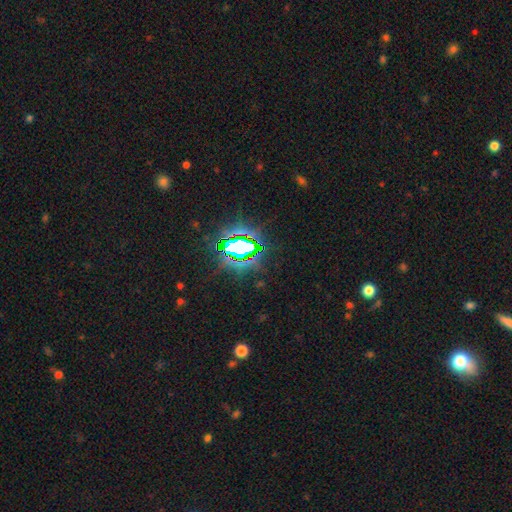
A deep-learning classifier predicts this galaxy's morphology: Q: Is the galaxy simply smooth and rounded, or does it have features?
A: star or artifact — 81%.